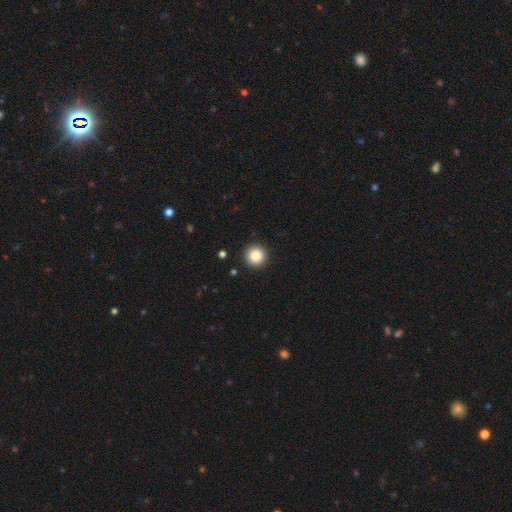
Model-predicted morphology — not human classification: Q: Smooth or featured?
A: smooth (87%); runner-up: star or artifact (9%)
Q: How rounded?
A: round (96%); runner-up: in between (3%)
Q: Merging?
A: none (93%); runner-up: minor disturbance (5%)